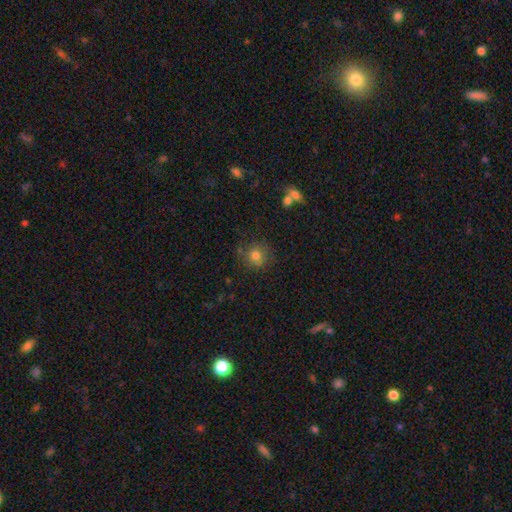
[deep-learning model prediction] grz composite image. It shows a smooth galaxy with no disk features (76%) that is round (88%). Merging: none (78%).